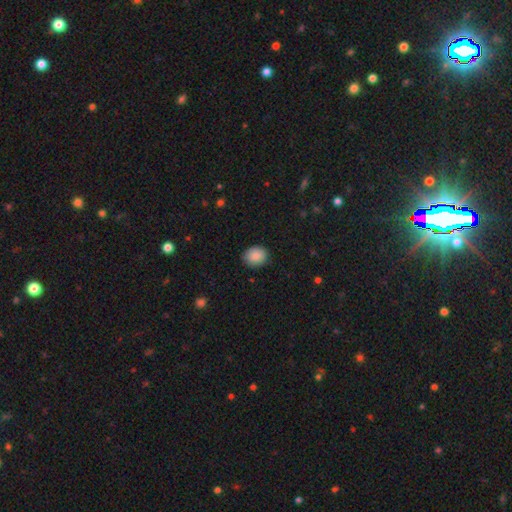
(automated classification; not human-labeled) A smooth galaxy with no disk features (88%) that is round (60%). Merging: none (86%).